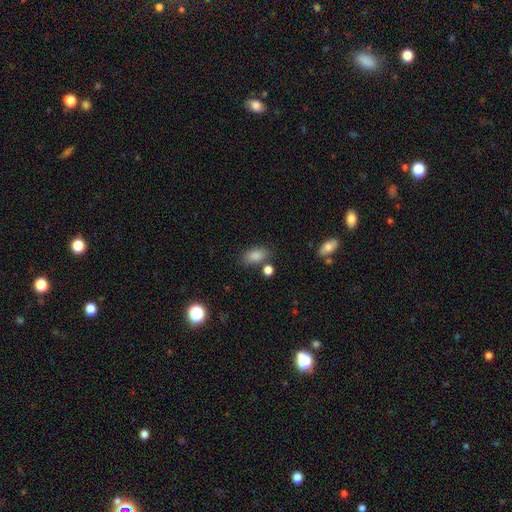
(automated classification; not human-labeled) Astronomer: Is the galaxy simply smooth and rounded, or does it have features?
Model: smooth — 85%.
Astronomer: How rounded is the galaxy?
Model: in between — 89%.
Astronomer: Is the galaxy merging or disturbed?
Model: none — 73%.